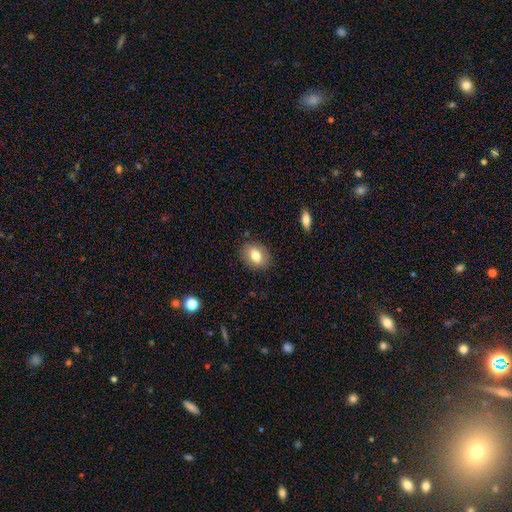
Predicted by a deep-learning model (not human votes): A smooth galaxy with no disk features (78%) that is in between round and cigar-shaped (64%).

Vote fractions:
- Smooth or featured? smooth: 78% / featured or disk: 14% / star or artifact: 9%
- How rounded? in between: 64% / round: 35% / cigar-shaped: 1%
- Merging? none: 86% / minor disturbance: 10% / major disturbance: 3% / merger: 1%